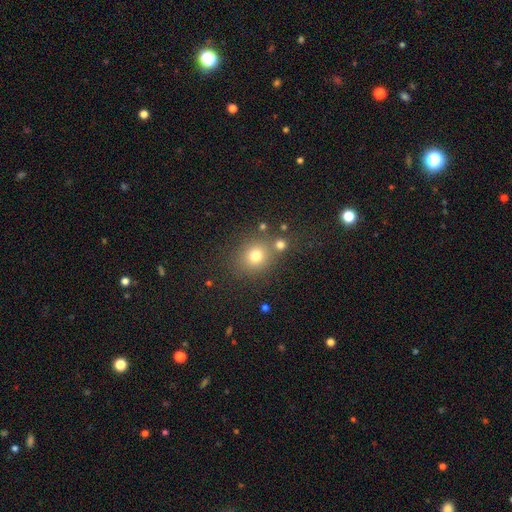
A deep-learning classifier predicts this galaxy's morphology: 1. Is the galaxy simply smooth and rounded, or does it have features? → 74% smooth, 17% star or artifact, 9% featured or disk.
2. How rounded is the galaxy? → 79% round, 20% in between, 1% cigar-shaped.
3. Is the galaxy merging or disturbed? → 70% none, 15% merger, 10% minor disturbance, 5% major disturbance.